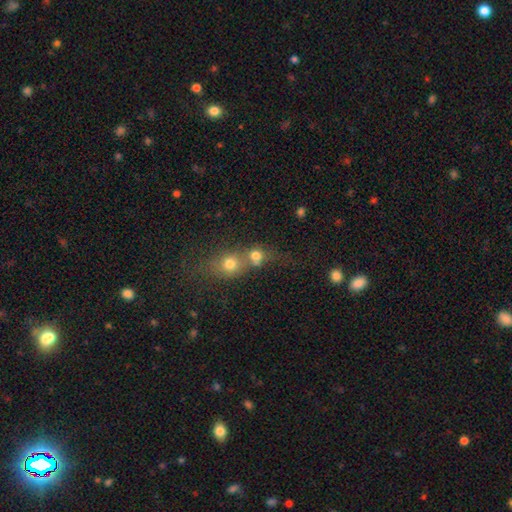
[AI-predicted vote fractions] smooth-or-featured: smooth: 71% | star or artifact: 15% | featured or disk: 14%
  how-rounded: round: 76% | in between: 22% | cigar-shaped: 2%
  merging: merger: 59% | none: 30% | minor disturbance: 6% | major disturbance: 5%